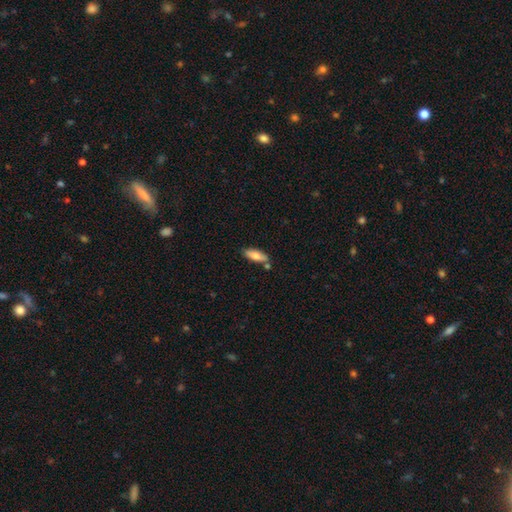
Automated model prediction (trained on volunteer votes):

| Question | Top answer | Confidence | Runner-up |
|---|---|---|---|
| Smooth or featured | smooth | 76% | featured or disk (18%) |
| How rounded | in between | 69% | cigar-shaped (29%) |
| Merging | none | 72% | minor disturbance (14%) |